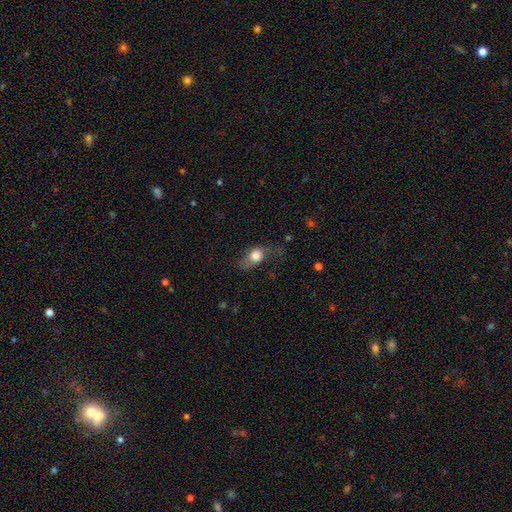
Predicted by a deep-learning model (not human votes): smooth-or-featured: smooth: 74% | featured or disk: 18% | star or artifact: 8%
  how-rounded: in between: 65% | round: 30% | cigar-shaped: 5%
  merging: none: 44% | minor disturbance: 30% | major disturbance: 24% | merger: 2%